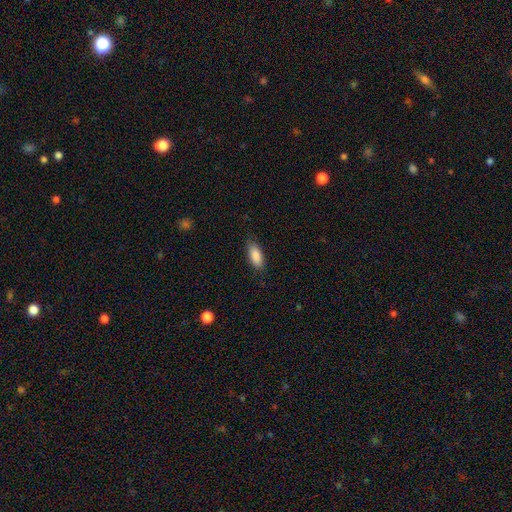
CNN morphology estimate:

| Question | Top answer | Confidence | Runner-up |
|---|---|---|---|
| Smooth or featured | smooth | 88% | star or artifact (6%) |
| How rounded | in between | 80% | cigar-shaped (18%) |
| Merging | none | 82% | minor disturbance (14%) |